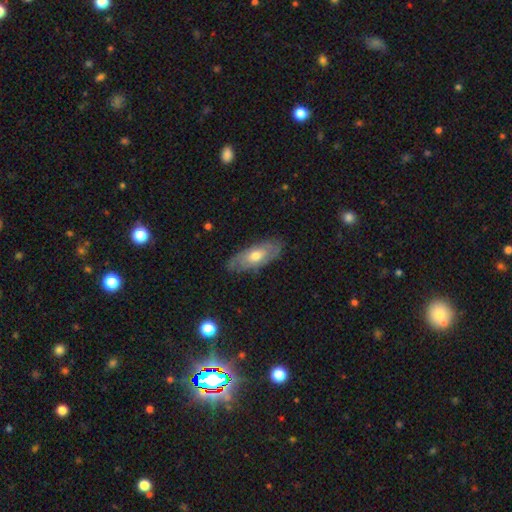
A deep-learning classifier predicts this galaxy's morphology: The model was most divided on "smooth or featured": featured or disk: 50%, smooth: 44%, star or artifact: 6%. More confident: edge-on disk — no (79%); merging — none (78%).